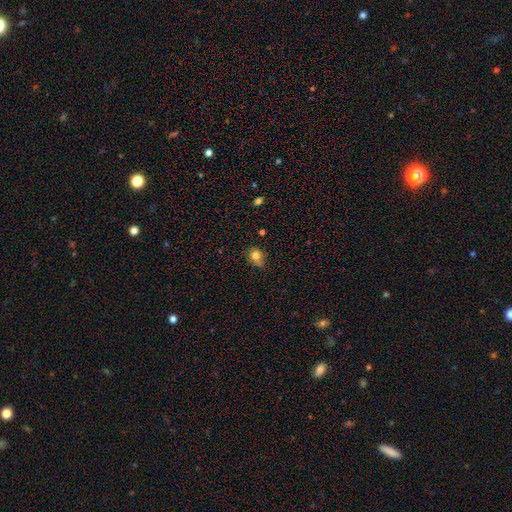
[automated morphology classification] Q: Smooth or featured?
A: smooth (79%); runner-up: star or artifact (12%)
Q: How rounded?
A: round (73%); runner-up: in between (26%)
Q: Merging?
A: none (58%); runner-up: minor disturbance (27%)